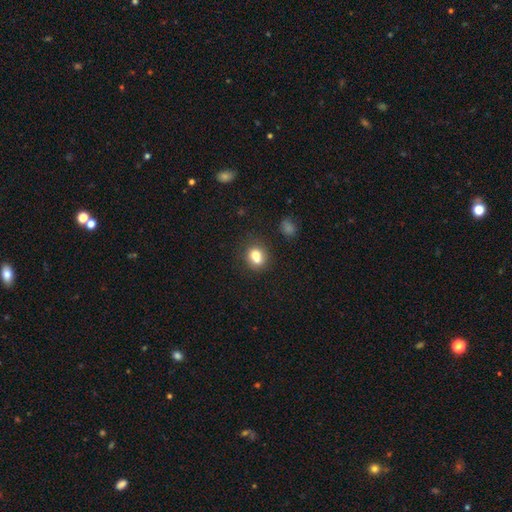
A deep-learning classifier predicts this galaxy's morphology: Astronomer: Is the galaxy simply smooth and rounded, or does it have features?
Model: smooth — 76%.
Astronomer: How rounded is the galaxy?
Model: round — 55% (runner-up: in between, 43%).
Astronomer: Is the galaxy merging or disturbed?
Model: none — 51% (runner-up: merger, 27%).